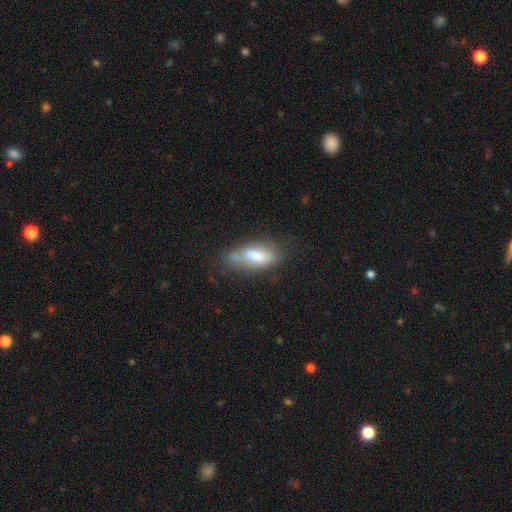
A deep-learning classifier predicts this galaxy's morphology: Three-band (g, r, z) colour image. It shows a smooth galaxy with no disk features (61%) that is in between round and cigar-shaped (74%). Merging: none (48%).